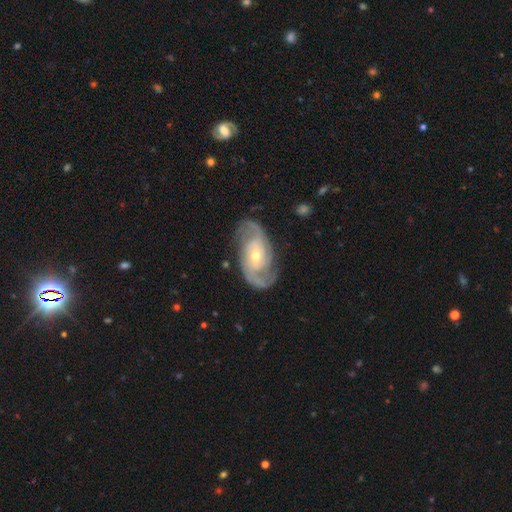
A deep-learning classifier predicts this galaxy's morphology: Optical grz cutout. It shows a featured or disk galaxy (89%) with no bar (63%), 2 (83%) medium (47%) spiral arms (97%) and a small central bulge (55%). Merging: none (78%).